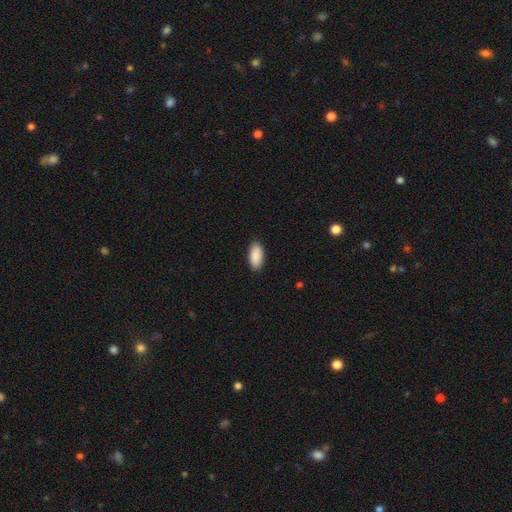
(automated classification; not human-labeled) smooth_or_featured: smooth (p=0.91) [alt: star or artifact p=0.06]
how_rounded: in between (p=0.92) [alt: cigar-shaped p=0.06]
merging: none (p=0.89) [alt: minor disturbance p=0.09]